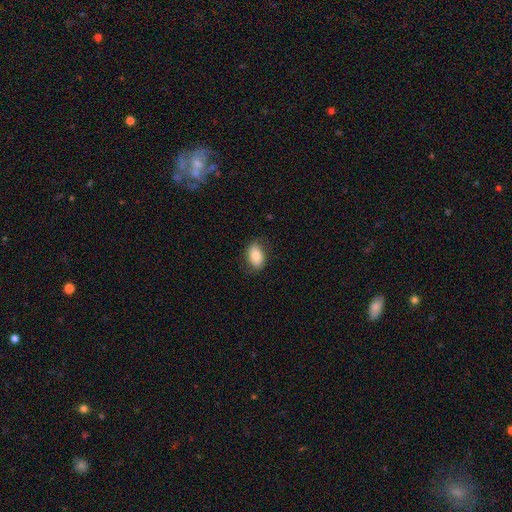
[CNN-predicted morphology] Smooth or featured? smooth (81%)
How rounded? in between (87%)
Merging? none (80%)